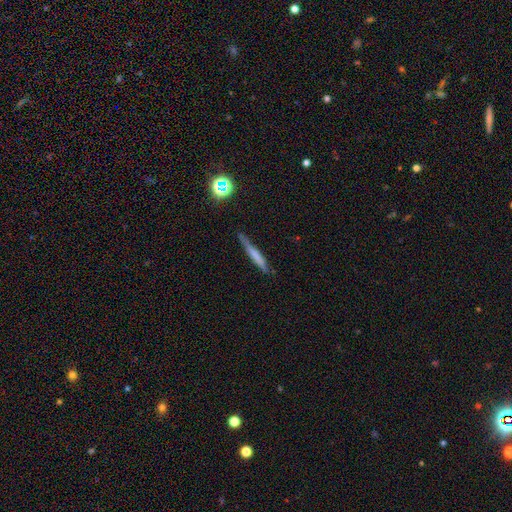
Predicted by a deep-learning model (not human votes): This appears to be a smooth galaxy with no disk features (57%) that is cigar-shaped (94%). Merging: none (76%).